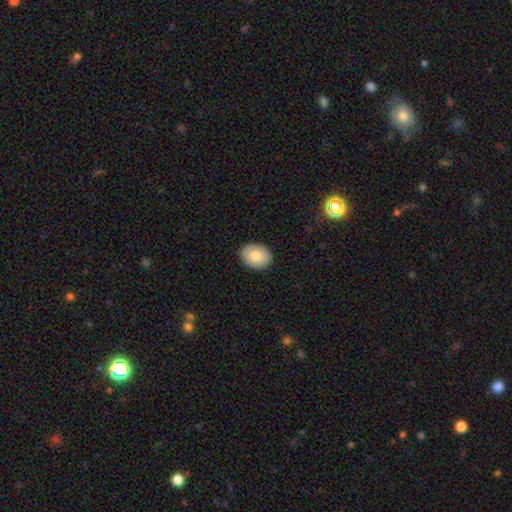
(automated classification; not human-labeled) This is likely a smooth galaxy (79%). How rounded: possibly in between (60%). Merging: clearly none (90%).